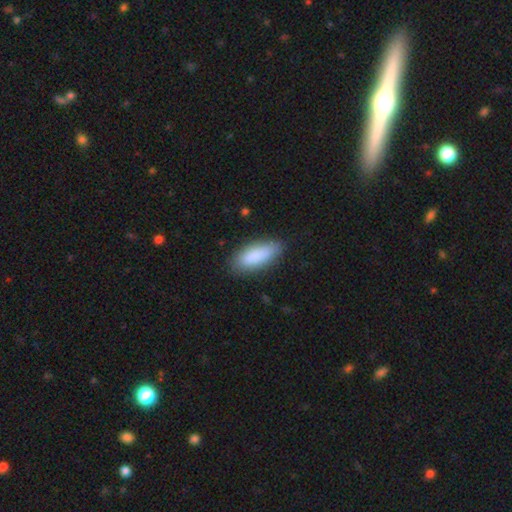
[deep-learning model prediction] Smooth or featured: smooth — 87% (featured or disk — 7%)
How rounded: in between — 75% (cigar-shaped — 23%)
Merging: none — 82% (minor disturbance — 14%)